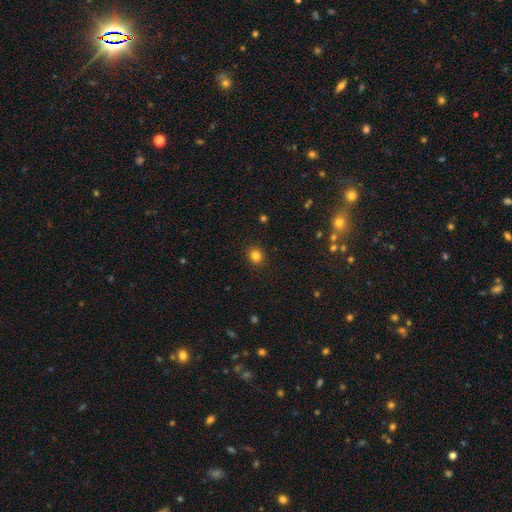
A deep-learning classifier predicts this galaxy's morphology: Smooth or featured? Predicted: smooth (p=0.83). How rounded? Predicted: round (p=0.83). Merging? Predicted: none (p=0.91).